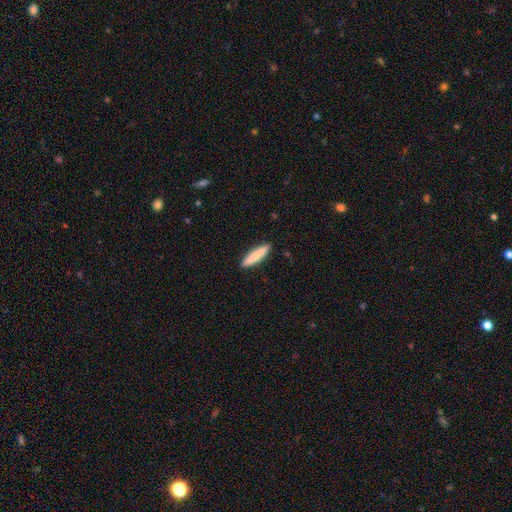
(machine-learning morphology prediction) The model was most divided on "how rounded": cigar-shaped: 82%, in between: 17%, round: 1%. More confident: merging — none (90%); smooth or featured — smooth (85%).